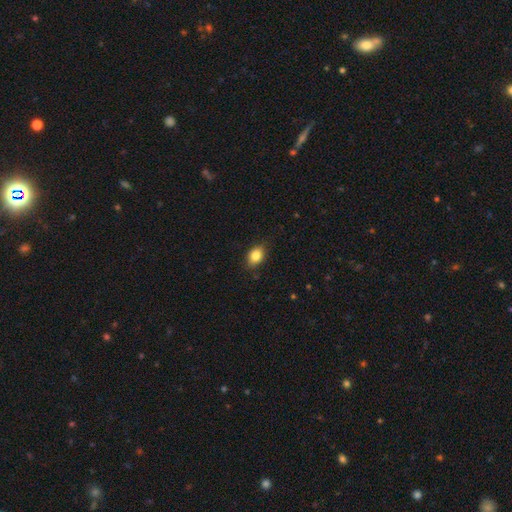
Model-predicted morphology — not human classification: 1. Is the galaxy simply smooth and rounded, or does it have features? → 84% smooth, 9% star or artifact, 7% featured or disk.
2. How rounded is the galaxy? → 73% in between, 26% round, 2% cigar-shaped.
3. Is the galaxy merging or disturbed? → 82% none, 15% minor disturbance, 3% major disturbance, 1% merger.